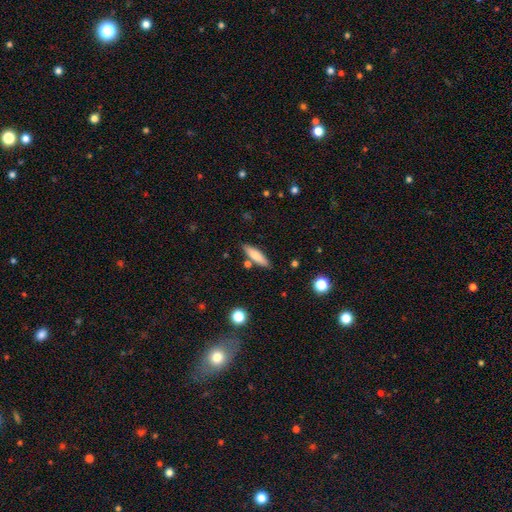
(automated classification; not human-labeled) Overall: smooth (77%). How rounded: cigar-shaped (67%; in between 31%). Merging: none (81%).